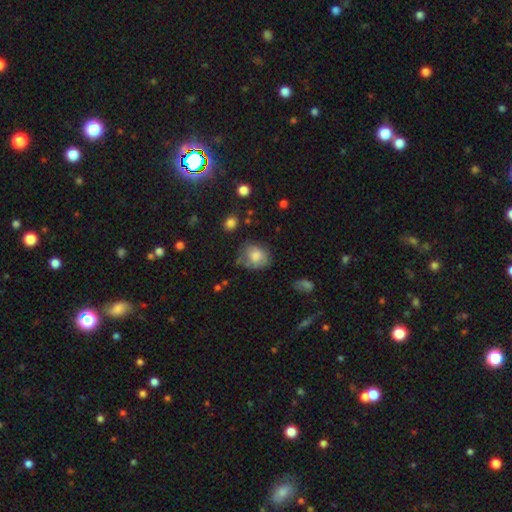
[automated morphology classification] Overall: smooth (74%). How rounded: round (59%; in between 40%). Merging: none (58%; minor disturbance 27%).